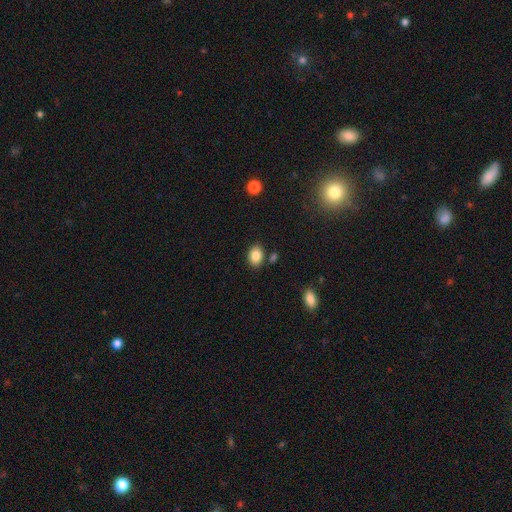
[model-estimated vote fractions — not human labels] This appears to be a smooth galaxy with no disk features (86%) that is in between round and cigar-shaped (72%). Merging: none (82%).